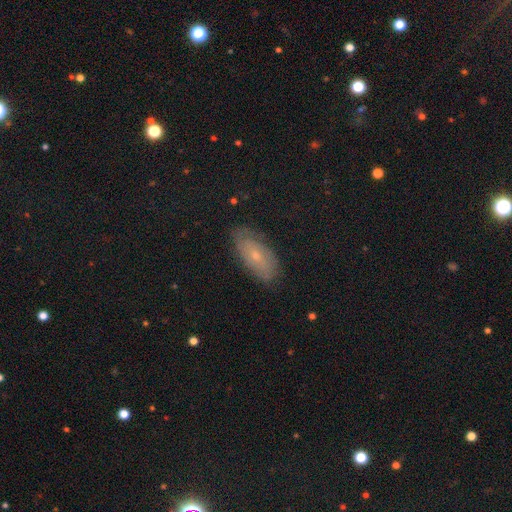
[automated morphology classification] A featured or disk galaxy (48%). Merging: none (80%).